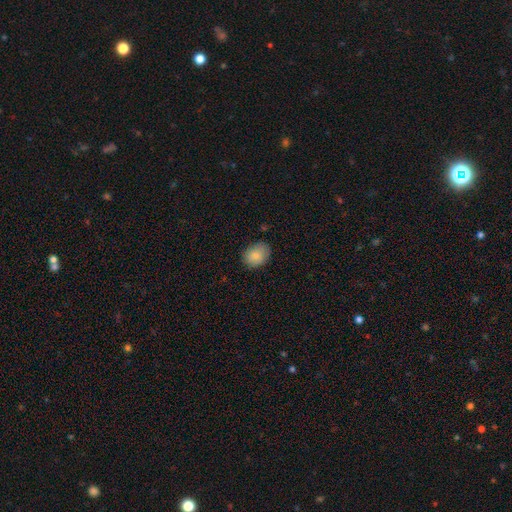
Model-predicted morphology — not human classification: This appears to be a smooth galaxy with no disk features (84%) that is in between round and cigar-shaped (55%). Merging: none (79%).